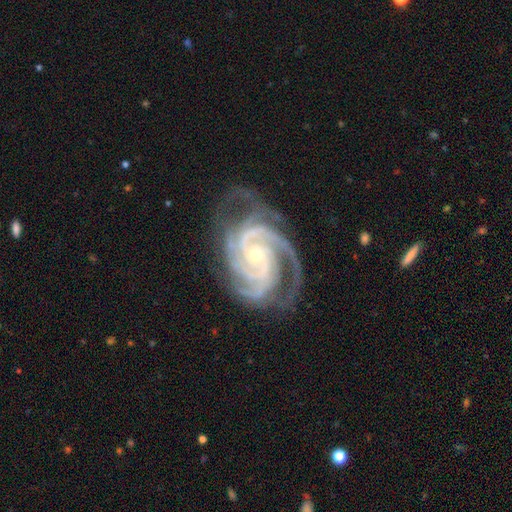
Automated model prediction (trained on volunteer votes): Q: Smooth or featured?
A: featured or disk (93%); runner-up: star or artifact (4%)
Q: Edge-on disk?
A: no (98%); runner-up: yes (2%)
Q: Bar?
A: no (68%); runner-up: weak (21%)
Q: Spiral arms?
A: yes (99%); runner-up: no (1%)
Q: Spiral winding?
A: tight (64%); runner-up: medium (32%)
Q: Spiral arm count?
A: 3 (42%); runner-up: 4 (26%)
Q: Bulge size?
A: small (75%); runner-up: moderate (22%)
Q: Merging?
A: none (69%); runner-up: minor disturbance (19%)